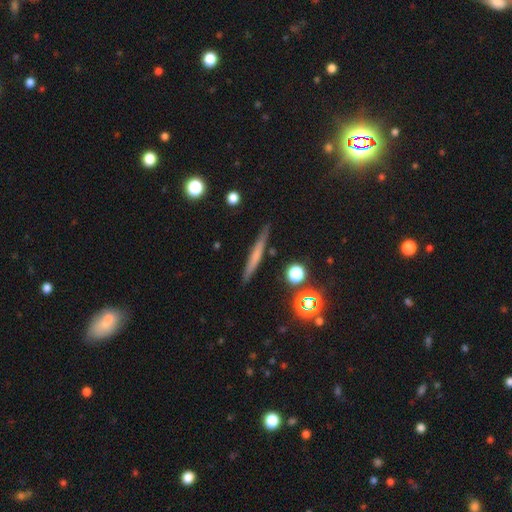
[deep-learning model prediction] Q: Smooth or featured?
A: smooth (51%); runner-up: featured or disk (39%)
Q: How rounded?
A: cigar-shaped (92%); runner-up: in between (4%)
Q: Merging?
A: none (87%); runner-up: minor disturbance (9%)